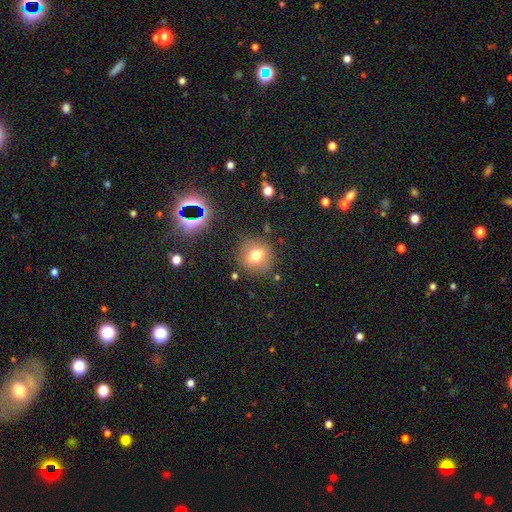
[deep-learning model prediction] smooth 72%, star or artifact 14%, featured or disk 14%. Down the decision tree: how rounded — round (84%); merging — none (84%).